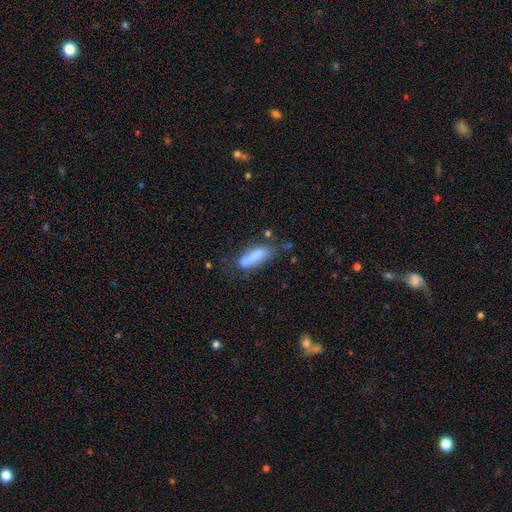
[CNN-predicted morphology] Overall: smooth (70%). How rounded: in between (64%; cigar-shaped 33%). Merging: none (36%; merger 31%).